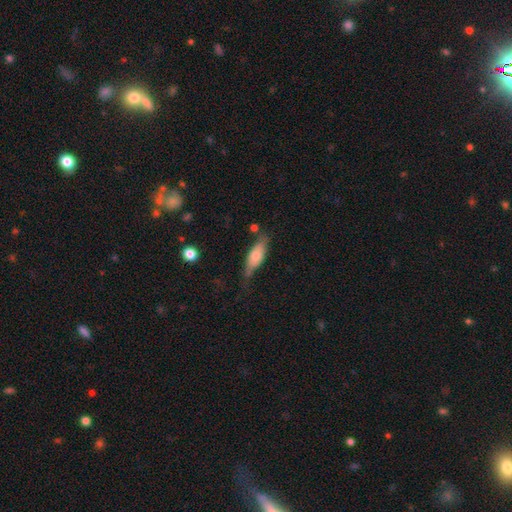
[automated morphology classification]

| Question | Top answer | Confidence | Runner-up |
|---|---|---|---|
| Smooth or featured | smooth | 63% | featured or disk (31%) |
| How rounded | in between | 70% | cigar-shaped (27%) |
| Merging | none | 50% | minor disturbance (31%) |